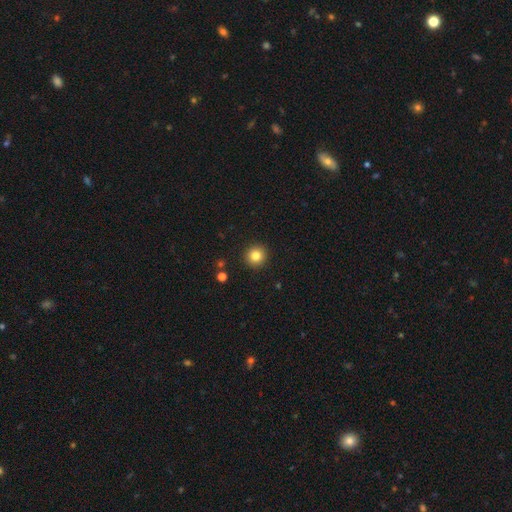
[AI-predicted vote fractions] A smooth galaxy with no disk features (82%) that is round (94%). Merging: none (92%).